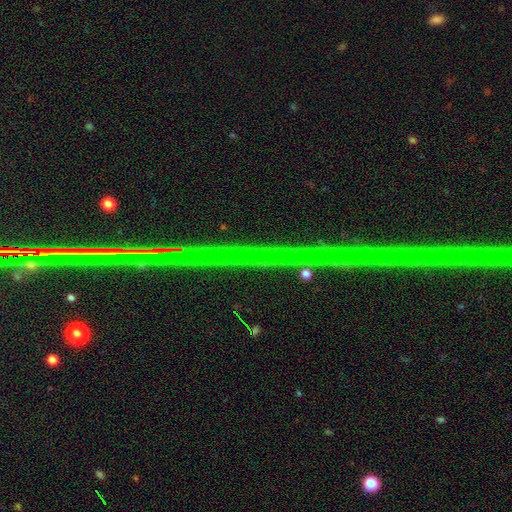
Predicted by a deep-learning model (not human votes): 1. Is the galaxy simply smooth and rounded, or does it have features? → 88% star or artifact, 9% featured or disk, 4% smooth.